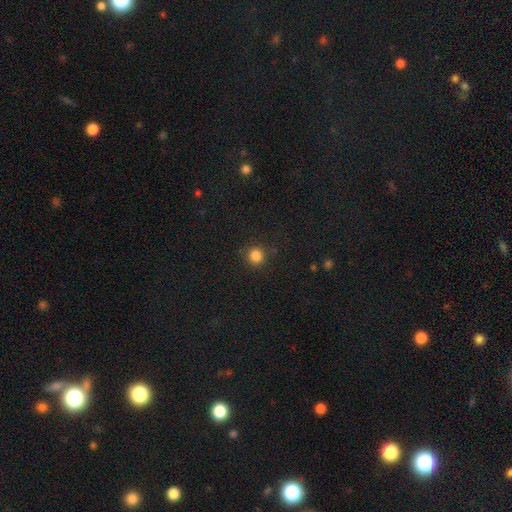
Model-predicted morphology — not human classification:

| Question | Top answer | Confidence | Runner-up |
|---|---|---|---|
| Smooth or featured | smooth | 85% | star or artifact (12%) |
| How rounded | round | 92% | in between (7%) |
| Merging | none | 89% | minor disturbance (7%) |